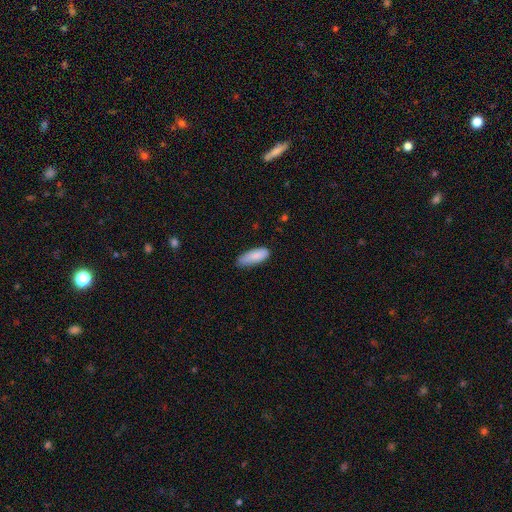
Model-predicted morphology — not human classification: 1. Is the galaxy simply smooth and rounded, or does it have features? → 86% smooth, 7% featured or disk, 6% star or artifact.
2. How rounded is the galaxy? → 72% in between, 26% cigar-shaped, 2% round.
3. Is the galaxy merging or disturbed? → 66% none, 28% minor disturbance, 4% major disturbance, 2% merger.